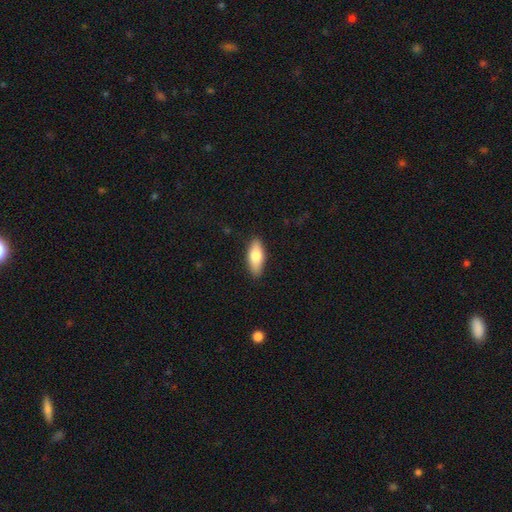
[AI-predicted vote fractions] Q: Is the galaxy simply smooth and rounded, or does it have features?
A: smooth — 74%.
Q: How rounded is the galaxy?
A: in between — 74%.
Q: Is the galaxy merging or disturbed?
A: none — 88%.